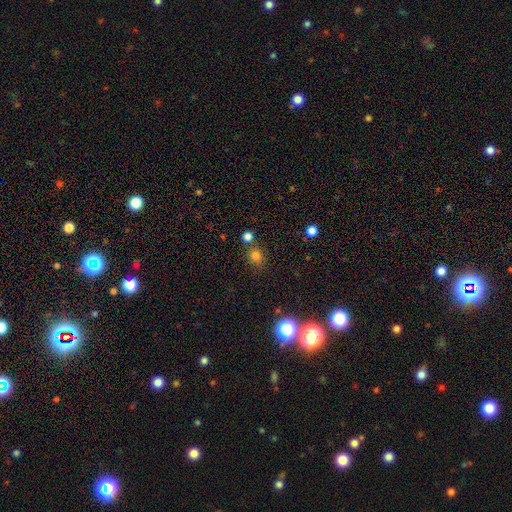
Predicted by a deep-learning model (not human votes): smooth_or_featured: smooth (p=0.74) [alt: star or artifact p=0.20]
how_rounded: round (p=0.78) [alt: in between p=0.21]
merging: none (p=0.72) [alt: merger p=0.12]